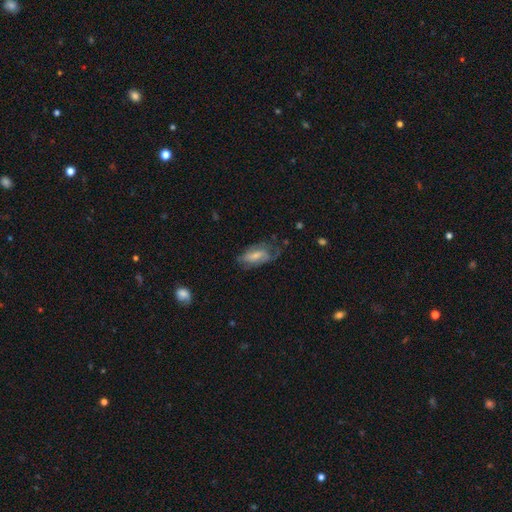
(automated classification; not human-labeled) This is possibly a featured or disk galaxy (49%). Merging: possibly none (49%).